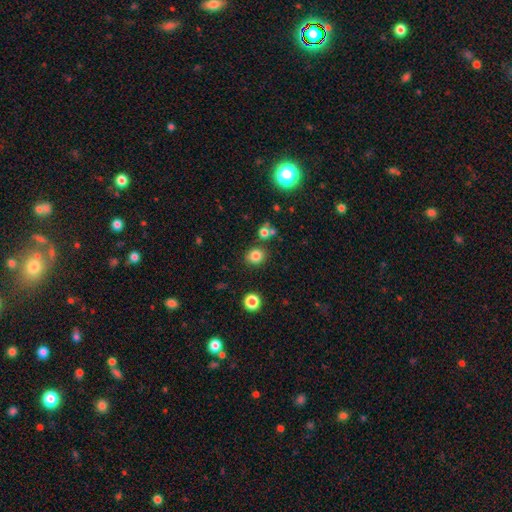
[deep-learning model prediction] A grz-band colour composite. It shows a smooth galaxy with no disk features (81%) that is round (75%). Merging: none (80%).